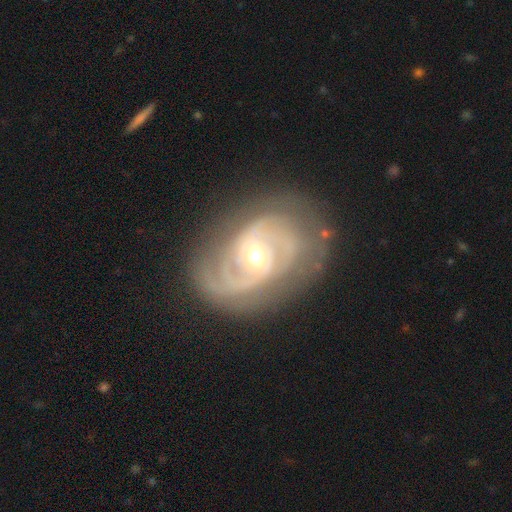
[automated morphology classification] Smooth or featured: featured or disk — 90% (star or artifact — 5%)
Edge-on disk: no — 97% (yes — 3%)
Bar: no — 48% (weak — 38%)
Spiral arms: yes — 97% (no — 3%)
Spiral winding: tight — 56% (medium — 36%)
Spiral arm count: 2 — 52% (3 — 21%)
Bulge size: small — 52% (moderate — 45%)
Merging: none — 74% (minor disturbance — 17%)